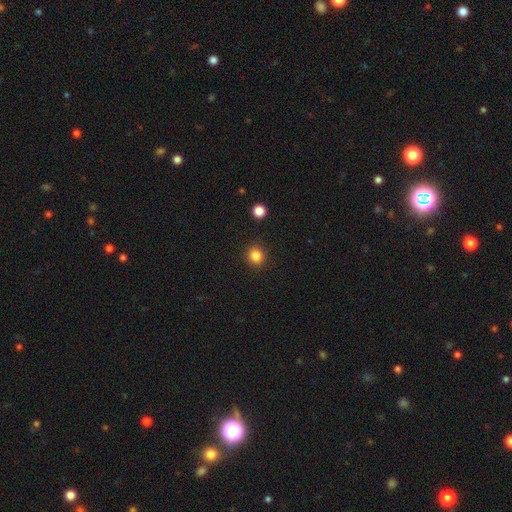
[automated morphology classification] Smooth or featured? smooth (84%)
How rounded? round (91%)
Merging? none (91%)